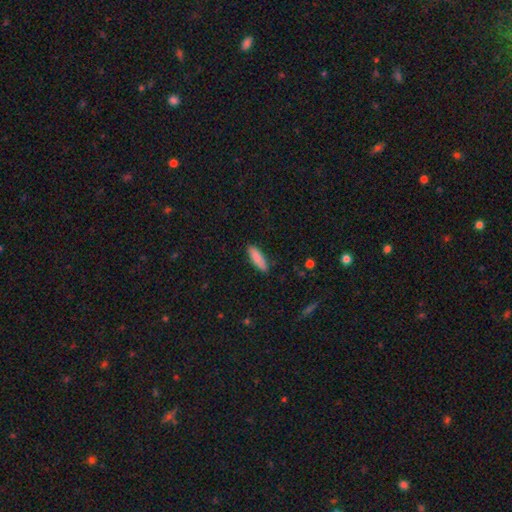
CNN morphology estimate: The model was most divided on "how rounded": cigar-shaped: 51%, in between: 48%, round: 2%. More confident: merging — none (87%); smooth or featured — smooth (86%).